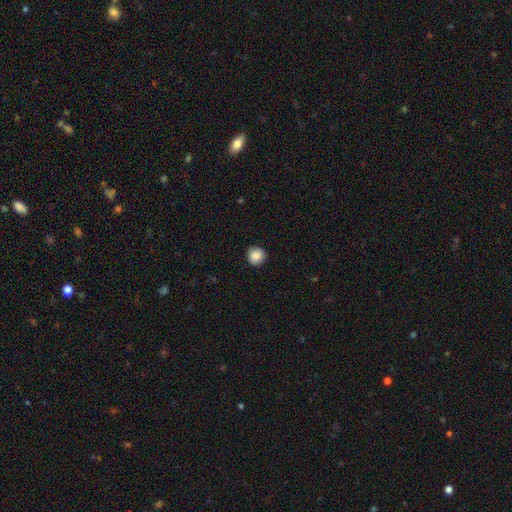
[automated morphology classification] smooth_or_featured: smooth (p=0.88) [alt: star or artifact p=0.08]
how_rounded: round (p=0.93) [alt: in between p=0.06]
merging: none (p=0.90) [alt: minor disturbance p=0.08]